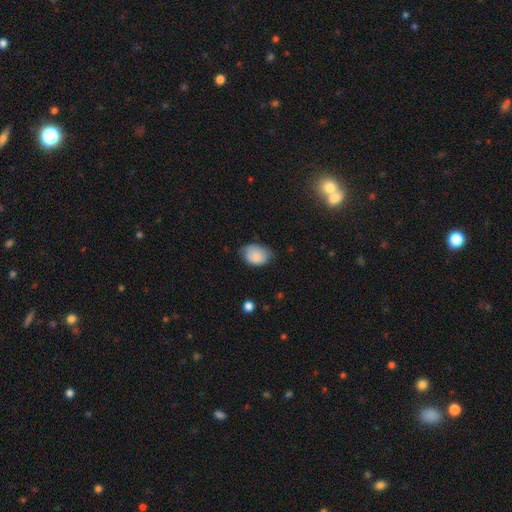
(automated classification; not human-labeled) A smooth galaxy with no disk features (87%) that is in between round and cigar-shaped (73%). Merging: none (60%).